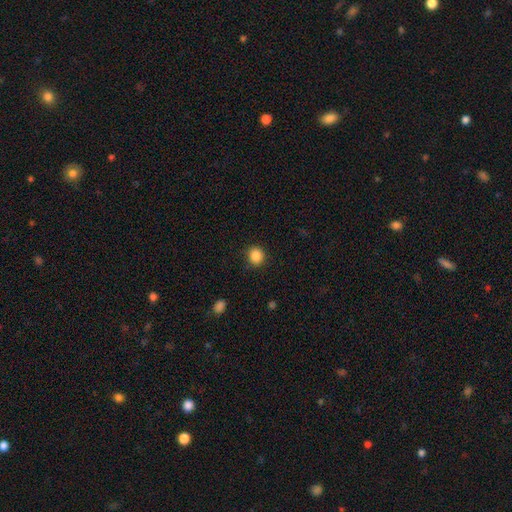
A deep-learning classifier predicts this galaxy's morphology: type=smooth (87%); roundness=round (87%); merging=none (89%).